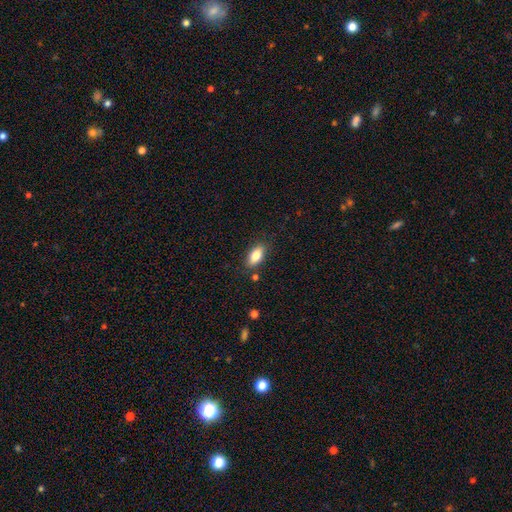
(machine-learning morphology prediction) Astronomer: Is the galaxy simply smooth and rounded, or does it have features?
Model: smooth — 81%.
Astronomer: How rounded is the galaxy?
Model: in between — 88%.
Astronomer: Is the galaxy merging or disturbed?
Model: none — 83%.